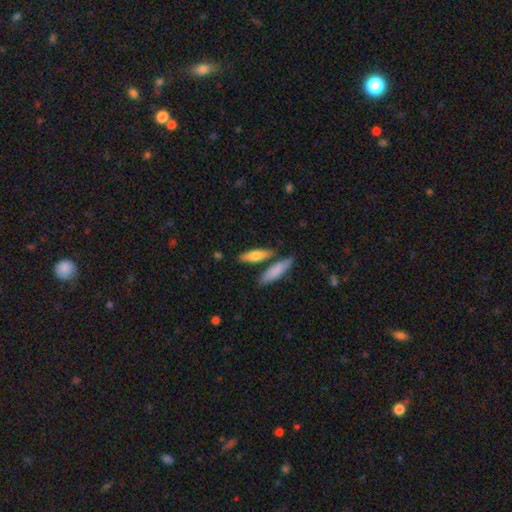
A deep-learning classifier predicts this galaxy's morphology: A smooth galaxy with no disk features (71%) that is cigar-shaped (60%).

Vote fractions:
- Smooth or featured? smooth: 71% / featured or disk: 23% / star or artifact: 6%
- How rounded? cigar-shaped: 60% / in between: 37% / round: 3%
- Merging? none: 71% / merger: 15% / minor disturbance: 11% / major disturbance: 3%